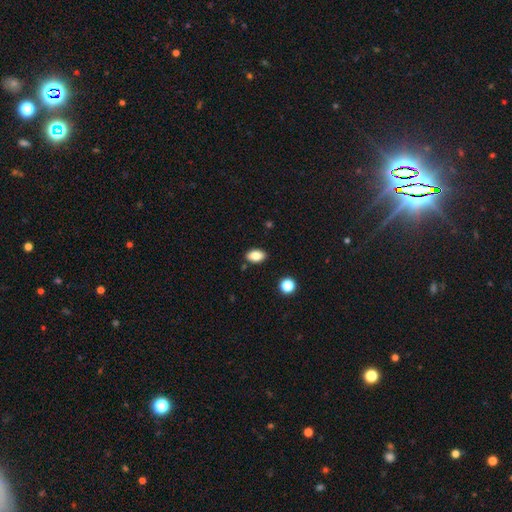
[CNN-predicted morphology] Smooth or featured? Predicted: smooth (p=0.86). How rounded? Predicted: in between (p=0.88). Merging? Predicted: none (p=0.86).